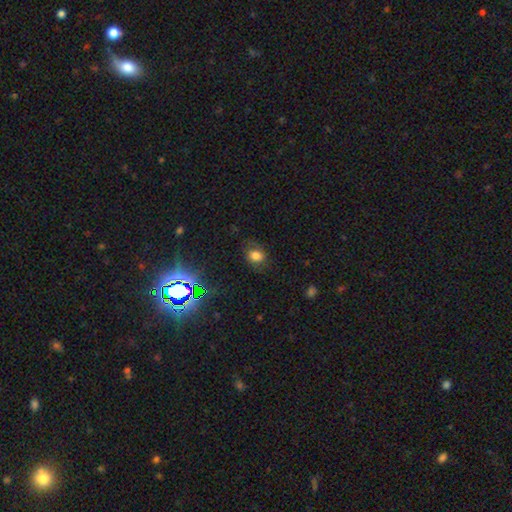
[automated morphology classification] This appears to be a smooth galaxy with no disk features (70%) that is in between round and cigar-shaped (55%). Merging: none (70%).